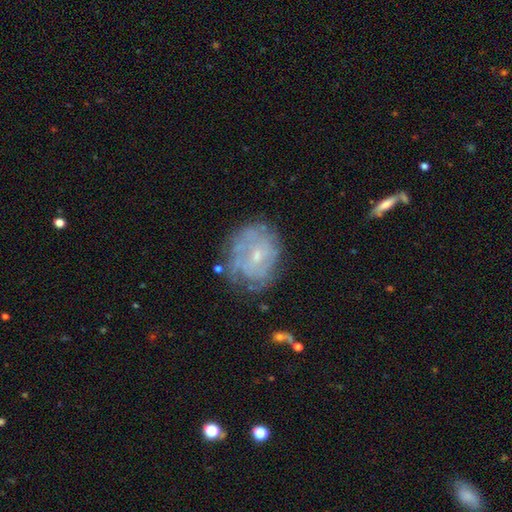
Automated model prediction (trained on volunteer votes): smooth_or_featured: featured or disk (p=0.66) [alt: smooth p=0.25]
disk_edge_on: no (p=0.97) [alt: yes p=0.03]
bar: no (p=0.70) [alt: weak p=0.26]
has_spiral_arms: yes (p=0.64) [alt: no p=0.36]
bulge_size: small (p=0.71) [alt: moderate p=0.23]
merging: none (p=0.64) [alt: minor disturbance p=0.22]